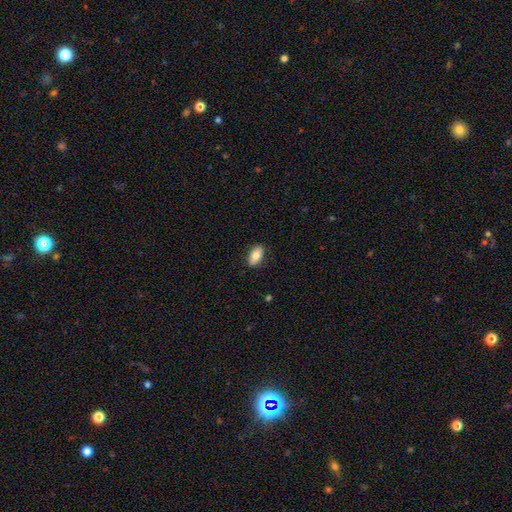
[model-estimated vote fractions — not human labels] This appears to be a smooth galaxy with no disk features (79%) that is in between round and cigar-shaped (92%). Merging: none (86%).